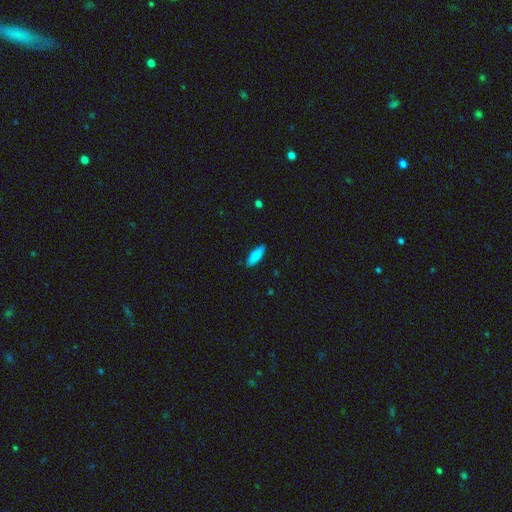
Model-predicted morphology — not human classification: A smooth galaxy with no disk features (88%) that is in between round and cigar-shaped (69%).

Vote fractions:
- Smooth or featured? smooth: 88% / star or artifact: 6% / featured or disk: 6%
- How rounded? in between: 69% / cigar-shaped: 30% / round: 2%
- Merging? none: 88% / minor disturbance: 9% / major disturbance: 2% / merger: 1%